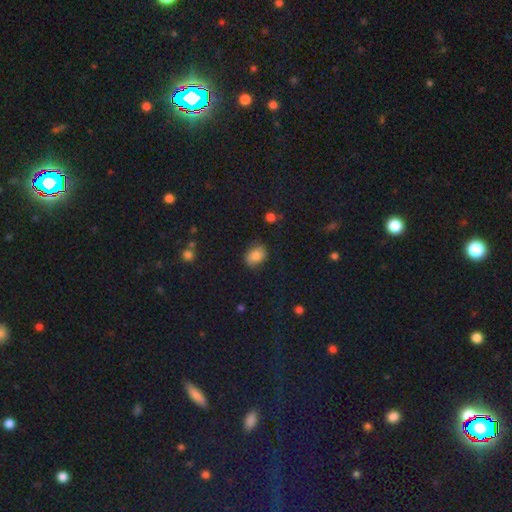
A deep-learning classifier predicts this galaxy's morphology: smooth_or_featured: smooth (p=0.79) [alt: star or artifact p=0.11]
how_rounded: in between (p=0.69) [alt: round p=0.30]
merging: none (p=0.72) [alt: minor disturbance p=0.20]